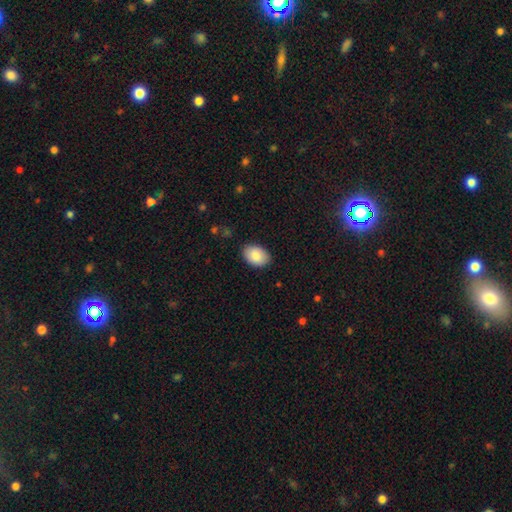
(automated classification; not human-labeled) smooth_or_featured: smooth (p=0.87) [alt: featured or disk p=0.07]
how_rounded: in between (p=0.85) [alt: round p=0.14]
merging: none (p=0.87) [alt: minor disturbance p=0.10]